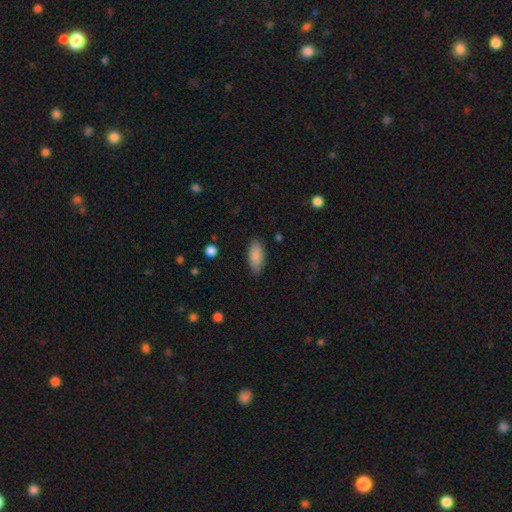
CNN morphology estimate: smooth_or_featured: smooth (p=0.87) [alt: featured or disk p=0.07]
how_rounded: in between (p=0.87) [alt: cigar-shaped p=0.11]
merging: none (p=0.83) [alt: minor disturbance p=0.14]